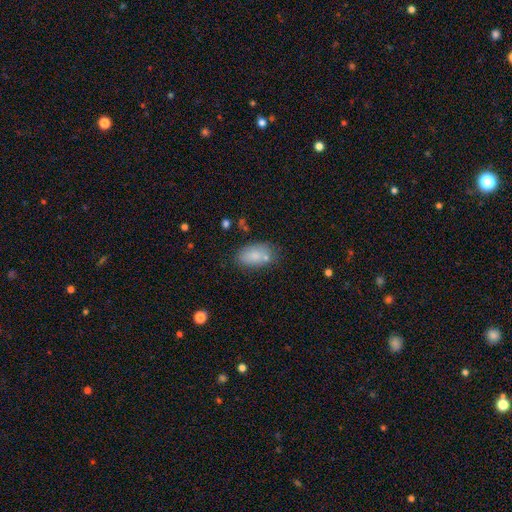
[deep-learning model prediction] A smooth galaxy with no disk features (81%) that is in between round and cigar-shaped (91%).

Vote fractions:
- Smooth or featured? smooth: 81% / featured or disk: 11% / star or artifact: 8%
- How rounded? in between: 91% / round: 7% / cigar-shaped: 2%
- Merging? none: 64% / minor disturbance: 18% / merger: 13% / major disturbance: 5%